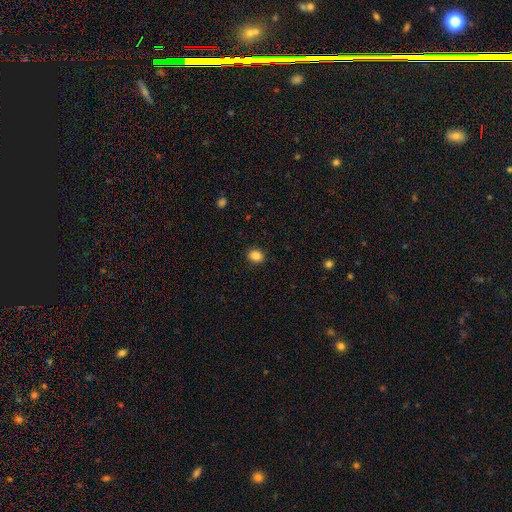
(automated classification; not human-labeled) Q: Smooth or featured?
A: smooth (87%); runner-up: star or artifact (10%)
Q: How rounded?
A: round (54%); runner-up: in between (45%)
Q: Merging?
A: none (90%); runner-up: minor disturbance (7%)